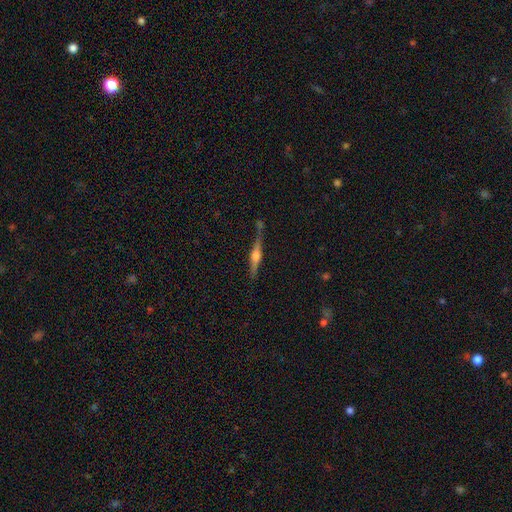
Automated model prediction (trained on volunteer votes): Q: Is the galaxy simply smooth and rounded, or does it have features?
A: featured or disk — 76%.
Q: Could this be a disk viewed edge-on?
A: yes — 97%.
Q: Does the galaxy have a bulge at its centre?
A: rounded — 87%.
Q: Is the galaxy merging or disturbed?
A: none — 77%.